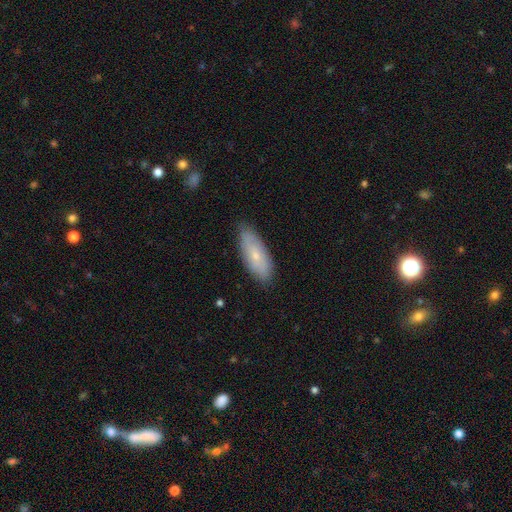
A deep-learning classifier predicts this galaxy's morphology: Smooth or featured?
  - smooth: 62% *
  - featured or disk: 31%
  - star or artifact: 7%
How rounded?
  - in between: 73% *
  - cigar-shaped: 24%
  - round: 2%
Merging?
  - none: 80% *
  - minor disturbance: 17%
  - major disturbance: 3%
  - merger: 1%